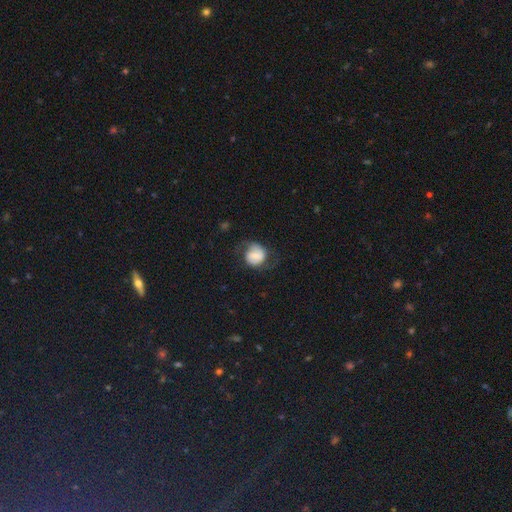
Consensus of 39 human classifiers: This appears to be a smooth galaxy with no disk features (56%) that is round (77%). Merging: none (58%).